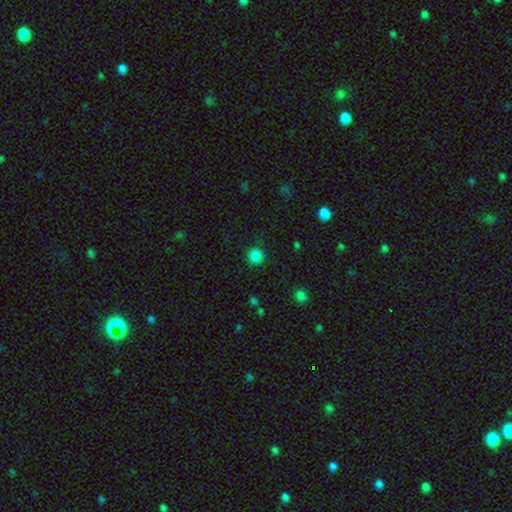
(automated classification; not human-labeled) smooth 84%, star or artifact 13%, featured or disk 3%. Down the decision tree: how rounded — round (94%); merging — none (88%).